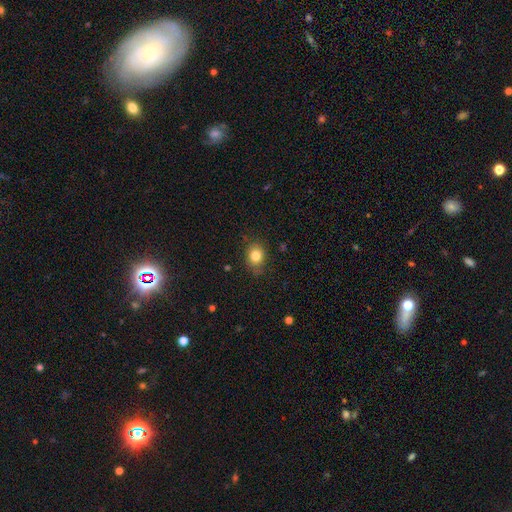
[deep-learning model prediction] This appears to be a smooth galaxy with no disk features (82%) that is round (53%). Merging: none (79%).